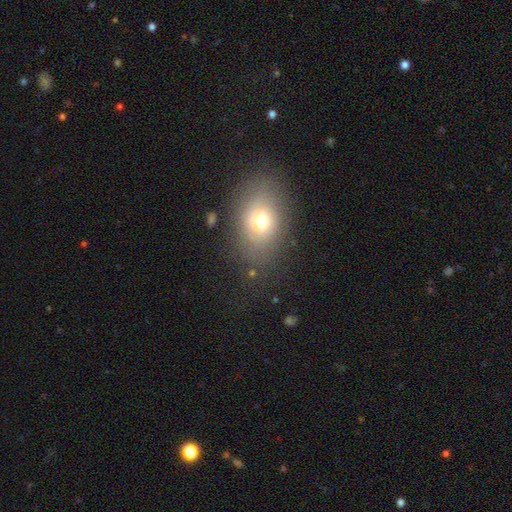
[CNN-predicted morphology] Overall: smooth (68%). How rounded: in between (75%). Merging: none (82%).